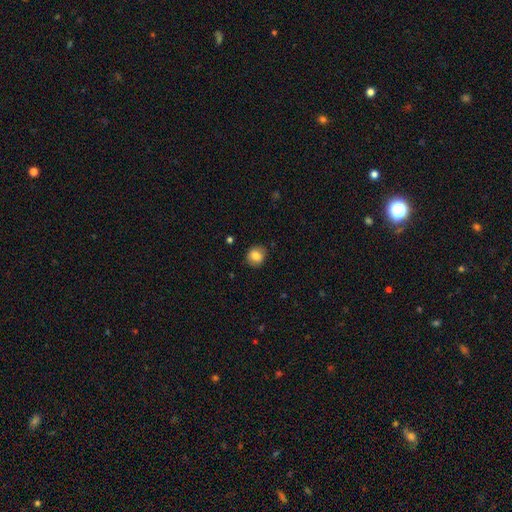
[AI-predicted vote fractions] Smooth or featured? smooth (82%)
How rounded? round (78%)
Merging? none (86%)